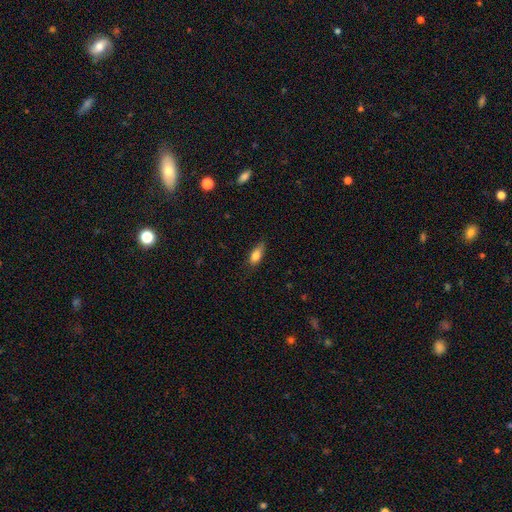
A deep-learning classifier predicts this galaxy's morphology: smooth 79%, featured or disk 13%, star or artifact 8%. Down the decision tree: how rounded — in between (77%); merging — none (70%).